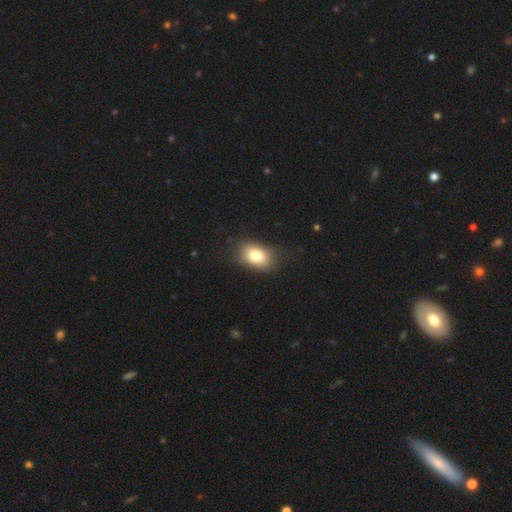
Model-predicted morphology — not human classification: smooth_or_featured: smooth (p=0.80) [alt: featured or disk p=0.11]
how_rounded: in between (p=0.80) [alt: round p=0.18]
merging: none (p=0.79) [alt: minor disturbance p=0.16]